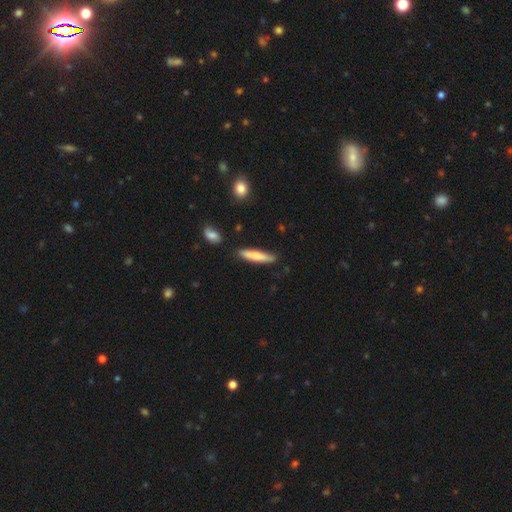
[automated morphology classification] smooth_or_featured: smooth (p=0.75) [alt: featured or disk p=0.19]
how_rounded: cigar-shaped (p=0.87) [alt: in between p=0.12]
merging: none (p=0.84) [alt: minor disturbance p=0.11]